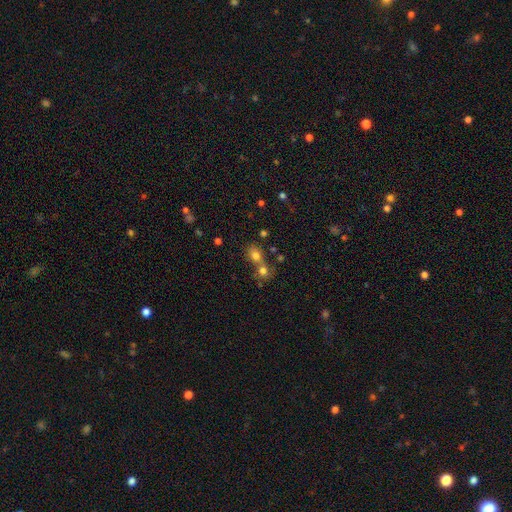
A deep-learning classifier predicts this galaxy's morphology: A smooth galaxy with no disk features (74%) that is round (52%).

Vote fractions:
- Smooth or featured? smooth: 74% / star or artifact: 15% / featured or disk: 12%
- How rounded? round: 52% / in between: 46% / cigar-shaped: 2%
- Merging? merger: 52% / none: 36% / minor disturbance: 8% / major disturbance: 4%